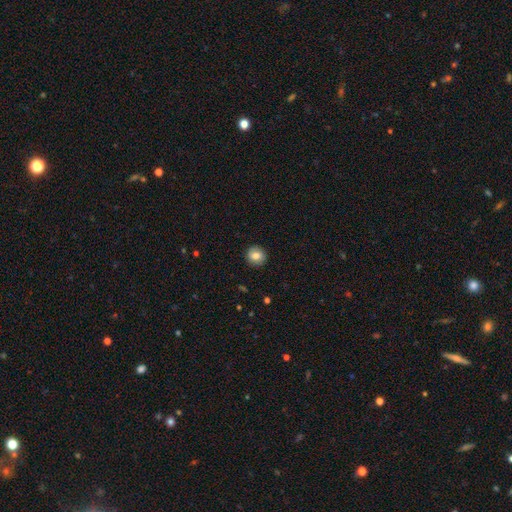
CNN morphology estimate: Q: Smooth or featured?
A: smooth (79%); runner-up: featured or disk (12%)
Q: How rounded?
A: round (88%); runner-up: in between (11%)
Q: Merging?
A: none (90%); runner-up: minor disturbance (7%)